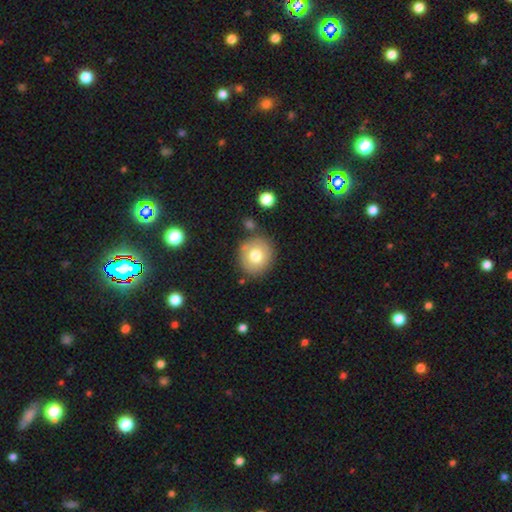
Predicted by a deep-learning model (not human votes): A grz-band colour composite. It shows a smooth galaxy with no disk features (74%) that is round (85%). Merging: none (81%).